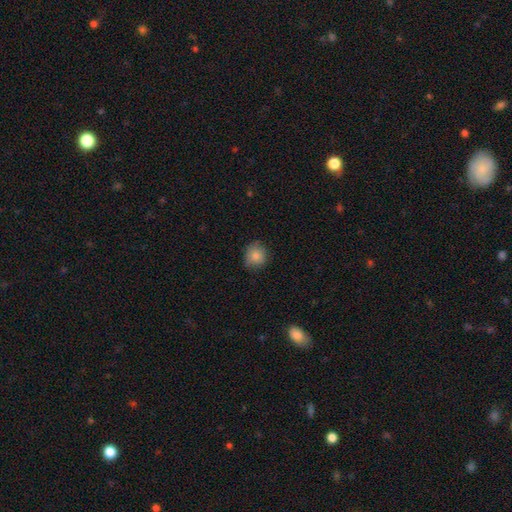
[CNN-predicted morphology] Q: Smooth or featured?
A: smooth (85%); runner-up: star or artifact (9%)
Q: How rounded?
A: round (85%); runner-up: in between (14%)
Q: Merging?
A: none (77%); runner-up: minor disturbance (19%)